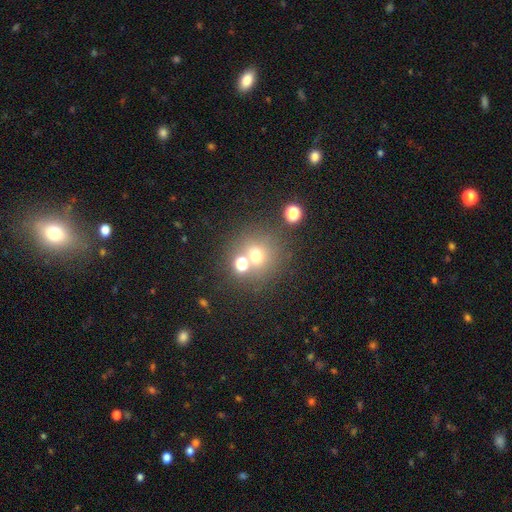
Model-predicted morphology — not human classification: This is likely a smooth galaxy (63%). How rounded: clearly round (88%). Merging: likely none (61%).